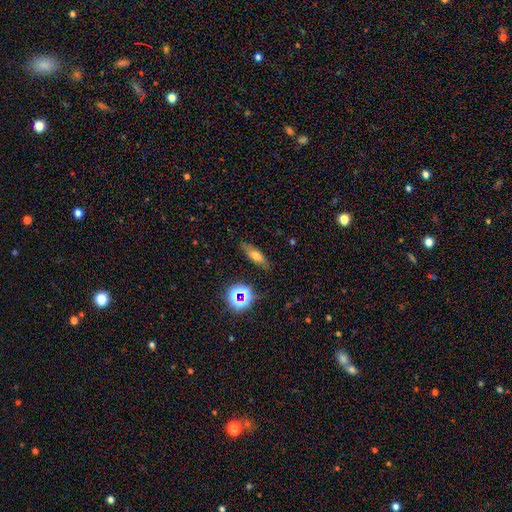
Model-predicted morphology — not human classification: smooth_or_featured: smooth (p=0.61) [alt: featured or disk p=0.24]
how_rounded: in between (p=0.48) [alt: cigar-shaped p=0.46]
merging: none (p=0.83) [alt: minor disturbance p=0.12]